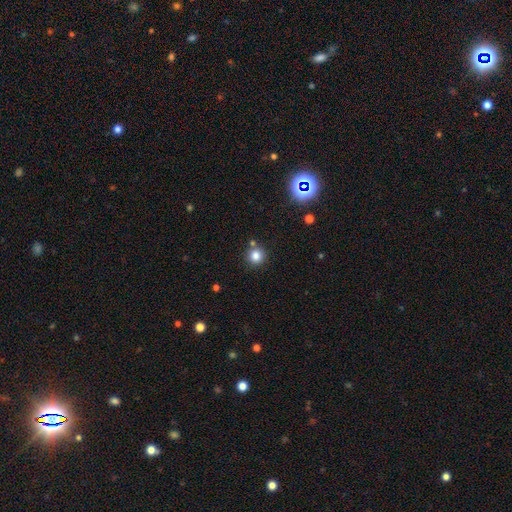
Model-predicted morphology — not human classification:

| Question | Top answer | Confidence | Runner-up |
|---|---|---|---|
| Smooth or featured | smooth | 82% | star or artifact (13%) |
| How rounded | round | 93% | in between (6%) |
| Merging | none | 79% | merger (10%) |